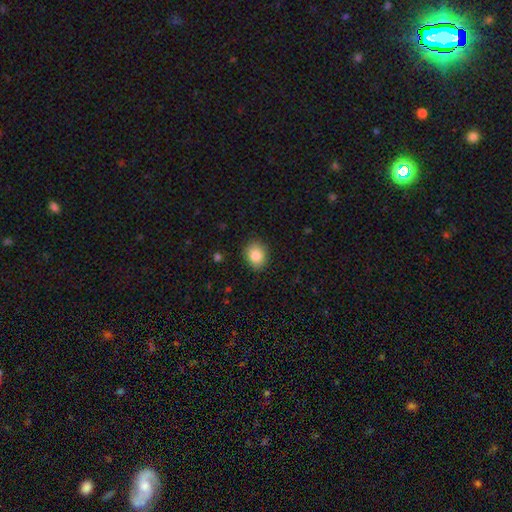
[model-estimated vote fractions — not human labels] smooth 85%, star or artifact 9%, featured or disk 6%. Down the decision tree: how rounded — round (66%); merging — none (88%).